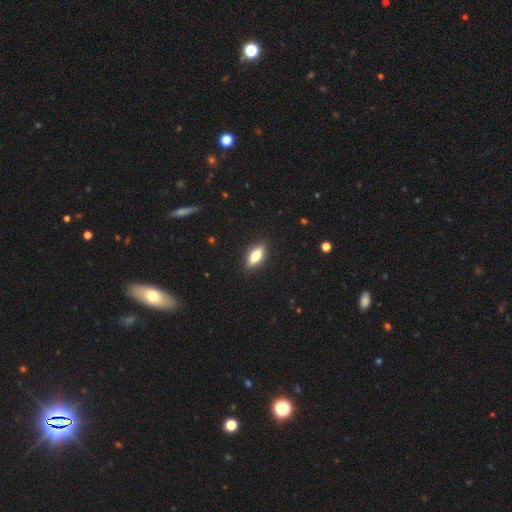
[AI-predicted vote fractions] Morphology: type=smooth (69%); roundness=in between (73%); merging=none (88%).